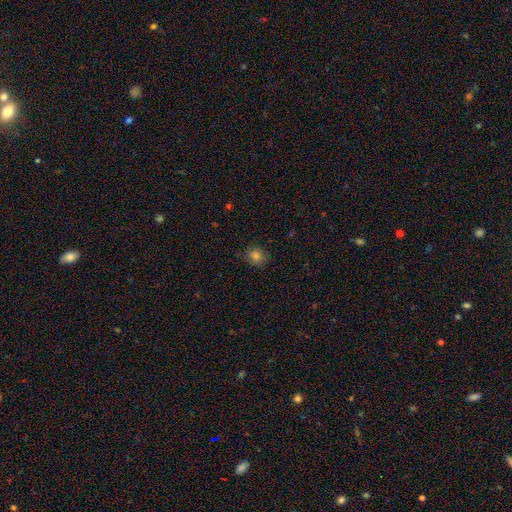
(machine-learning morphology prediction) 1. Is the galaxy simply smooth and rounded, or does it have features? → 79% smooth, 15% star or artifact, 6% featured or disk.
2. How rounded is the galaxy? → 72% round, 27% in between, 1% cigar-shaped.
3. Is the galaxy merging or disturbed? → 84% none, 12% minor disturbance, 3% major disturbance, 1% merger.